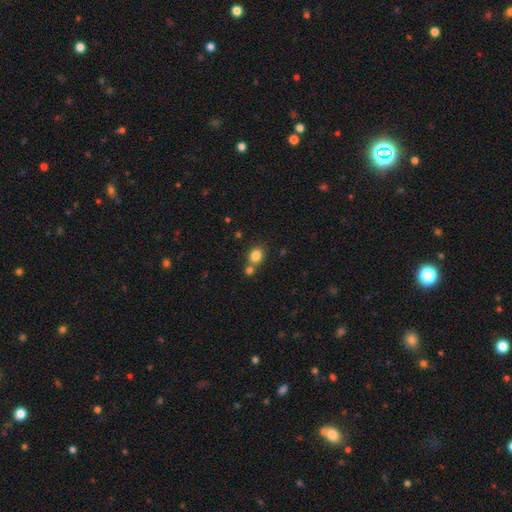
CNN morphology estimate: Overall: smooth (83%). How rounded: round (67%; in between 32%). Merging: none (57%; merger 31%).